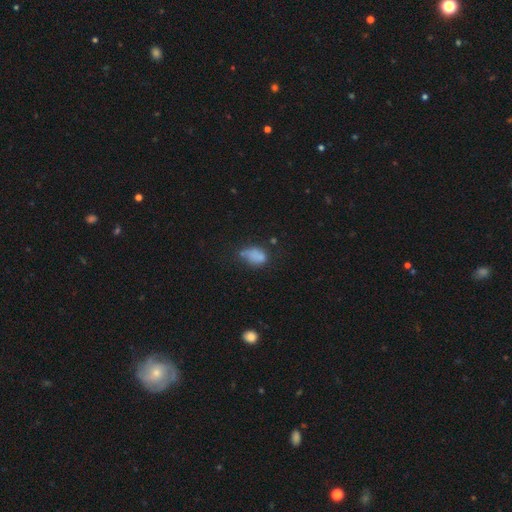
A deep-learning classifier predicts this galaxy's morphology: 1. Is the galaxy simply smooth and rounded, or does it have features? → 74% smooth, 14% featured or disk, 12% star or artifact.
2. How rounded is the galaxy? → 81% in between, 16% round, 2% cigar-shaped.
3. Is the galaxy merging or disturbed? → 37% none, 34% minor disturbance, 18% major disturbance, 11% merger.